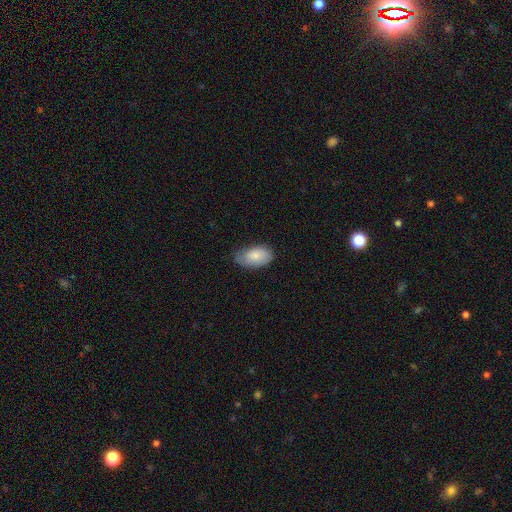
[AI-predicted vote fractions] A smooth galaxy with no disk features (81%) that is in between round and cigar-shaped (94%).

Vote fractions:
- Smooth or featured? smooth: 81% / featured or disk: 13% / star or artifact: 6%
- How rounded? in between: 94% / round: 4% / cigar-shaped: 2%
- Merging? none: 59% / minor disturbance: 33% / major disturbance: 7% / merger: 1%